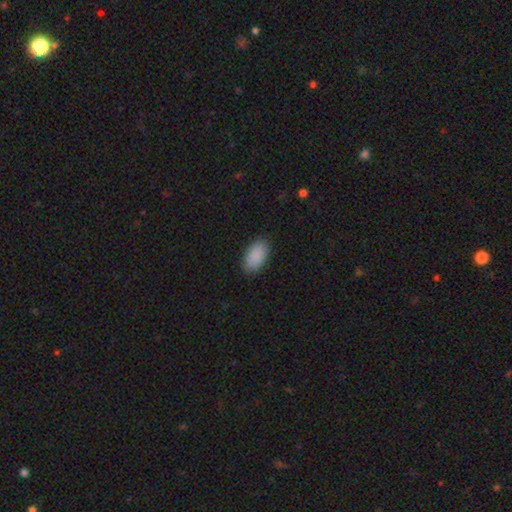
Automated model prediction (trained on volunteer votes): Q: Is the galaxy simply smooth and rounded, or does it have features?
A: smooth — 90%.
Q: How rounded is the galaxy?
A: in between — 95%.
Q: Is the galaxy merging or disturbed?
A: none — 88%.